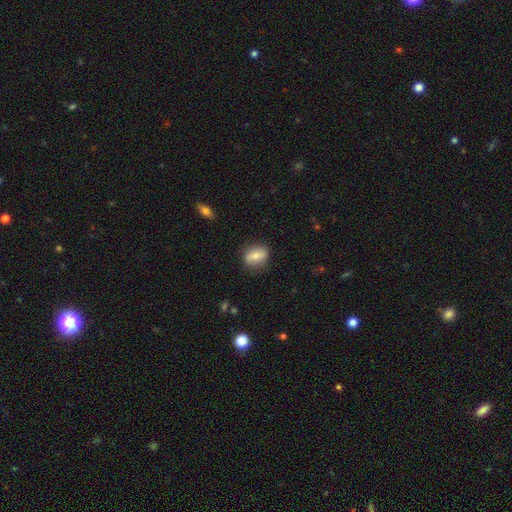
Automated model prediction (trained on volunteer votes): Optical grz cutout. It shows a smooth galaxy with no disk features (71%) that is in between round and cigar-shaped (69%). Merging: none (81%).